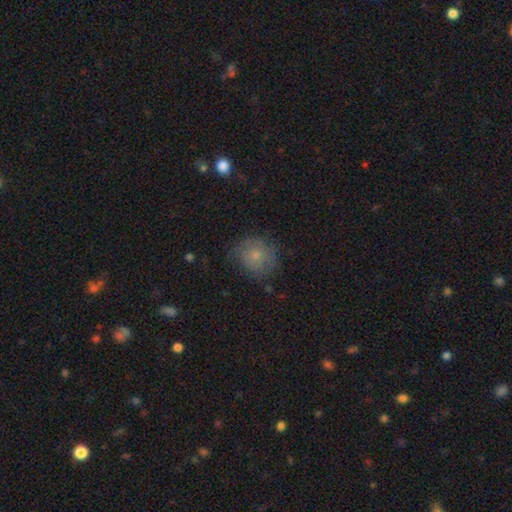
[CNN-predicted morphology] type=smooth (74%); roundness=round (81%); merging=none (68%).